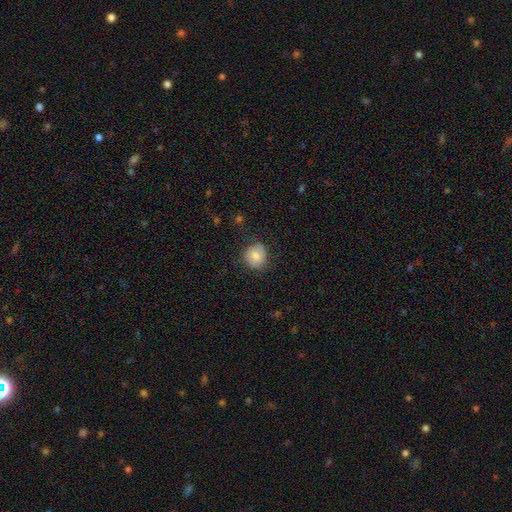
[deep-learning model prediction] Smooth or featured? Predicted: smooth (p=0.80). How rounded? Predicted: round (p=0.80). Merging? Predicted: none (p=0.76).